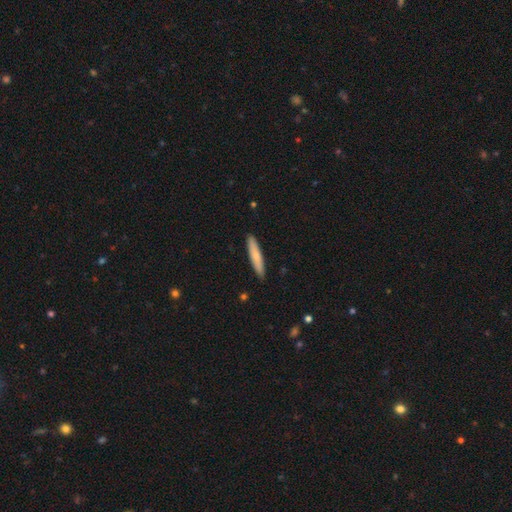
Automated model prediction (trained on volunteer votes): Smooth or featured: smooth — 74% (featured or disk — 20%)
How rounded: cigar-shaped — 91% (in between — 8%)
Merging: none — 91% (minor disturbance — 7%)